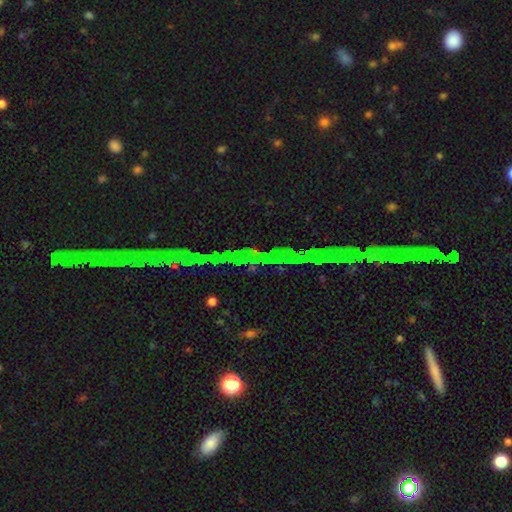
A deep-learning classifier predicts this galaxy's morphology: Smooth or featured: star or artifact — 83% (featured or disk — 10%)